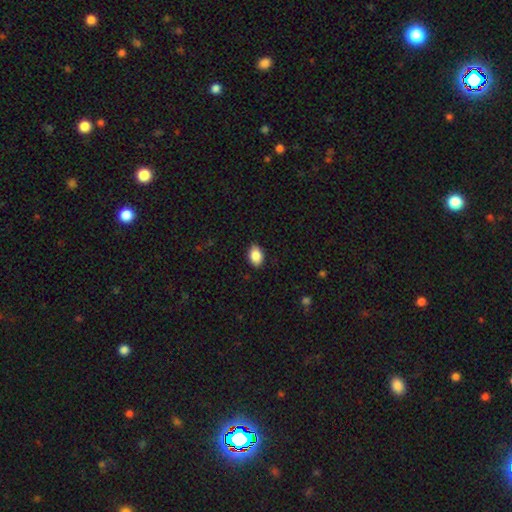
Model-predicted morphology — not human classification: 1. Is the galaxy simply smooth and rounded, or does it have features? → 88% smooth, 8% star or artifact, 4% featured or disk.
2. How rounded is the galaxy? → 84% in between, 15% round, 1% cigar-shaped.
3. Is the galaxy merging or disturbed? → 87% none, 10% minor disturbance, 2% major disturbance, 1% merger.